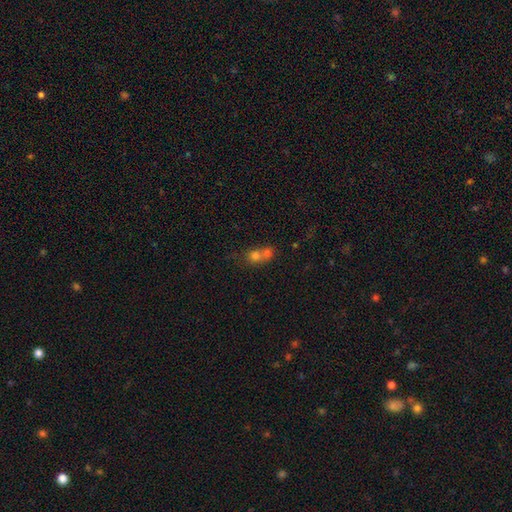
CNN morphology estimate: This appears to be a smooth galaxy with no disk features (71%) that is round (72%). Merging: merger (69%).